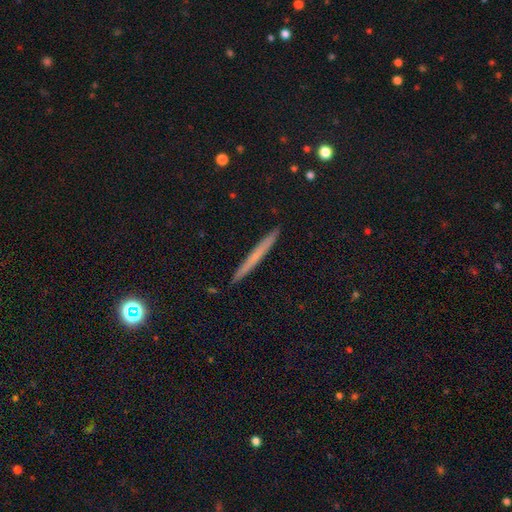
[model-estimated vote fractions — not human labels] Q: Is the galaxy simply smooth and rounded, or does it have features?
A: smooth — 53%.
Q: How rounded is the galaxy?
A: cigar-shaped — 96%.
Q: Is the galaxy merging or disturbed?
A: none — 92%.